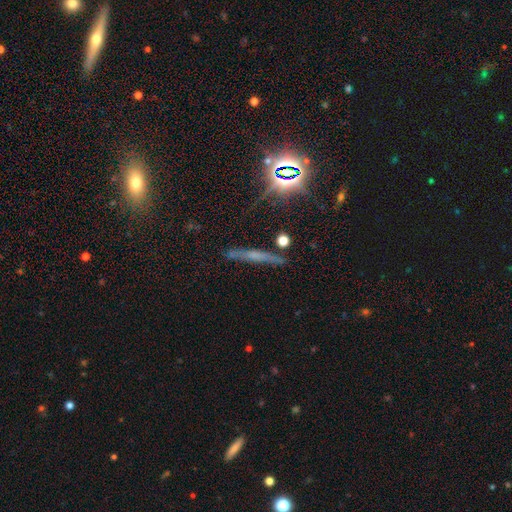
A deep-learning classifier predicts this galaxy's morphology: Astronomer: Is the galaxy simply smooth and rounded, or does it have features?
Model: featured or disk — 44% (runner-up: star or artifact, 29%).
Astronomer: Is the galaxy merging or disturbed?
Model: none — 79%.